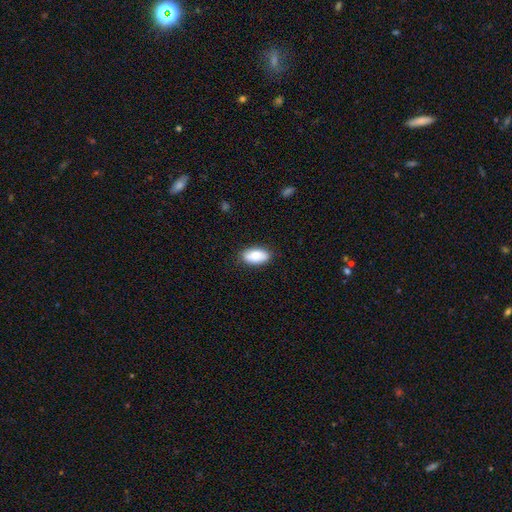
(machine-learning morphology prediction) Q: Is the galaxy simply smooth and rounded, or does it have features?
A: smooth — 86%.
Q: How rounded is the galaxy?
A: in between — 93%.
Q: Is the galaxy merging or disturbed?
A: none — 85%.